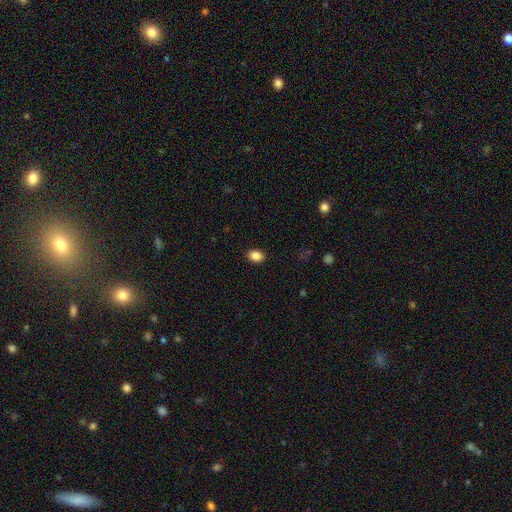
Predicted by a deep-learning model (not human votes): smooth_or_featured: smooth (p=0.86) [alt: star or artifact p=0.09]
how_rounded: in between (p=0.70) [alt: round p=0.29]
merging: none (p=0.89) [alt: minor disturbance p=0.08]